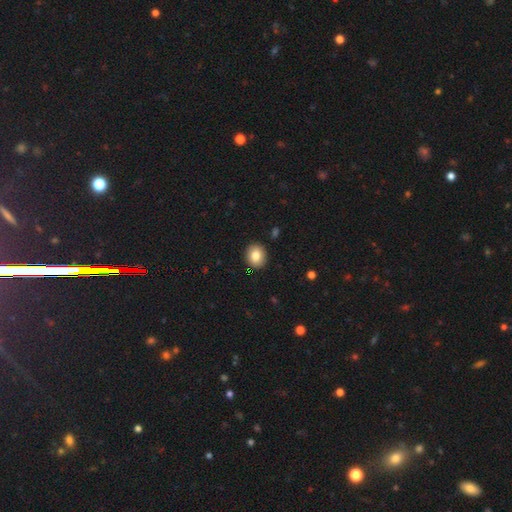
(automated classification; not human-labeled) This appears to be a smooth galaxy with no disk features (82%) that is round (75%). Merging: none (91%).